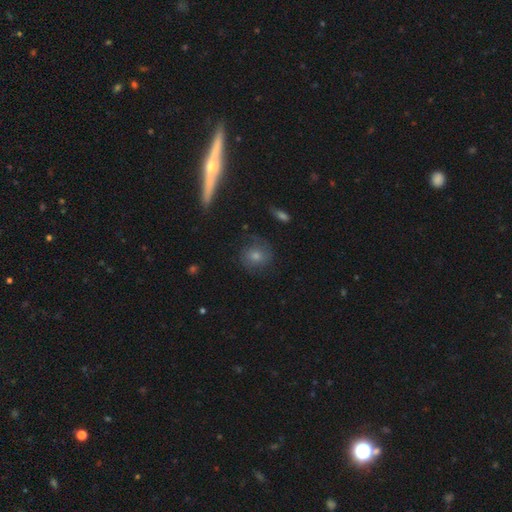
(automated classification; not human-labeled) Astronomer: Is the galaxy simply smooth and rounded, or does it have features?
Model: smooth — 46% (runner-up: featured or disk, 37%).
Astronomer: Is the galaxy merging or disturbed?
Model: none — 79%.